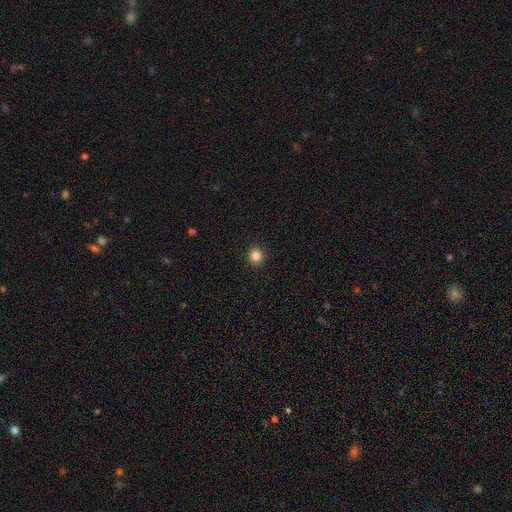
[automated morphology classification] smooth_or_featured: smooth (p=0.85) [alt: star or artifact p=0.12]
how_rounded: round (p=0.87) [alt: in between p=0.12]
merging: none (p=0.92) [alt: minor disturbance p=0.05]